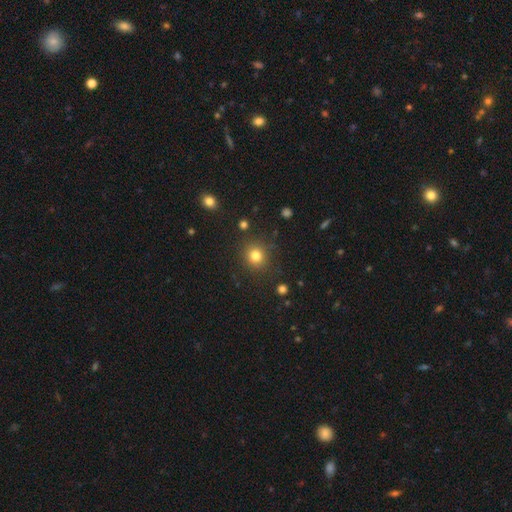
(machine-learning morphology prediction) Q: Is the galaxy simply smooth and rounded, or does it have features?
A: smooth — 81%.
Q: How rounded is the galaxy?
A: round — 86%.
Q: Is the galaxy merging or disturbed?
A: none — 86%.